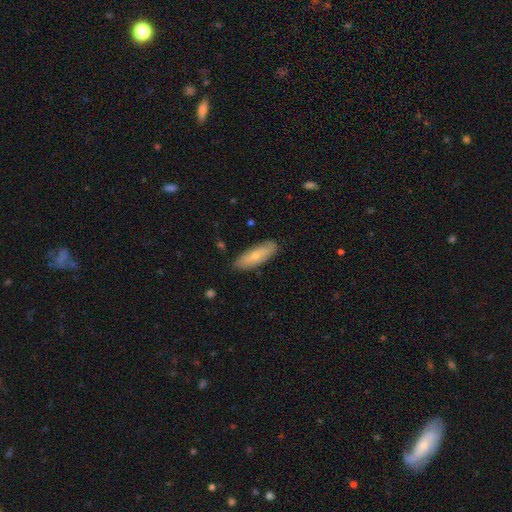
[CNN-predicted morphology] This appears to be a smooth galaxy with no disk features (65%) that is in between round and cigar-shaped (60%). Merging: none (84%).